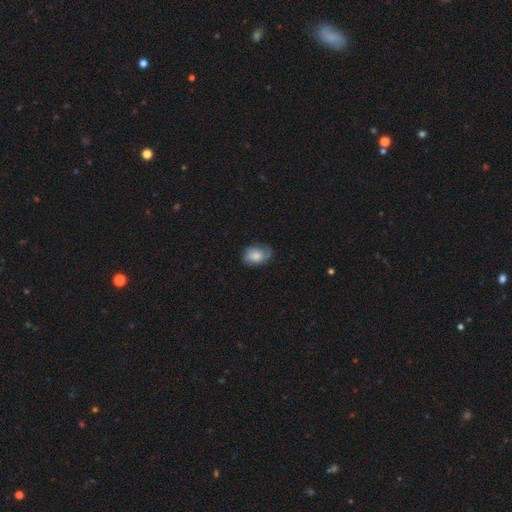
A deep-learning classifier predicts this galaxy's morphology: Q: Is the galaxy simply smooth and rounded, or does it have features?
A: smooth — 70%.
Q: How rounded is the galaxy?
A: in between — 82%.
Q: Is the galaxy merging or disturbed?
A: none — 66%.